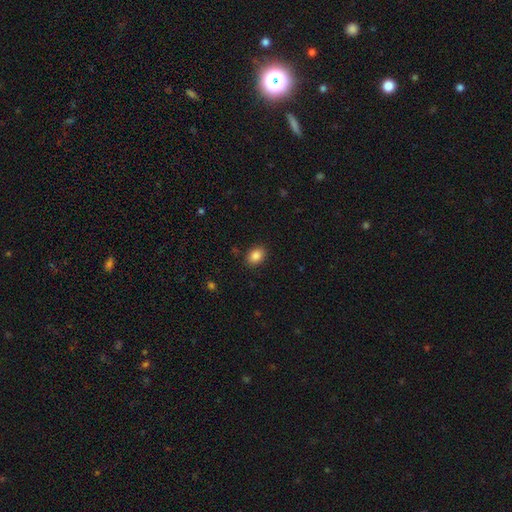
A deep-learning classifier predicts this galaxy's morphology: smooth 87%, star or artifact 9%, featured or disk 5%. Down the decision tree: how rounded — in between (72%); merging — none (88%).